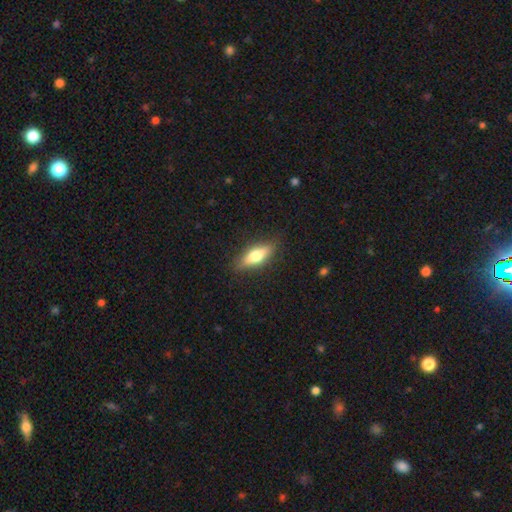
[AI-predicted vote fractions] smooth 64%, featured or disk 29%, star or artifact 7%. Down the decision tree: how rounded — in between (62%); merging — none (85%).